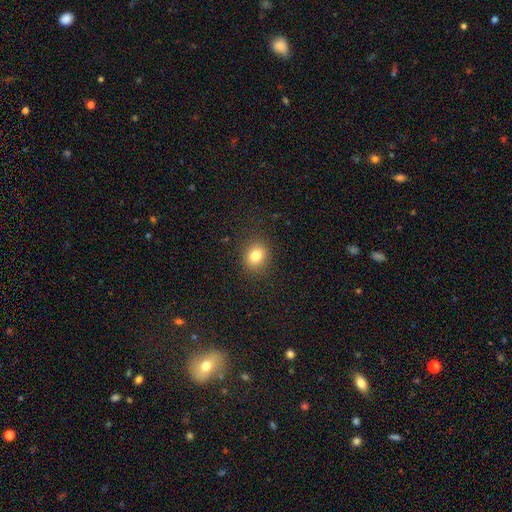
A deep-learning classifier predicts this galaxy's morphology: Q: Smooth or featured?
A: smooth (80%); runner-up: star or artifact (12%)
Q: How rounded?
A: round (72%); runner-up: in between (27%)
Q: Merging?
A: none (89%); runner-up: minor disturbance (8%)